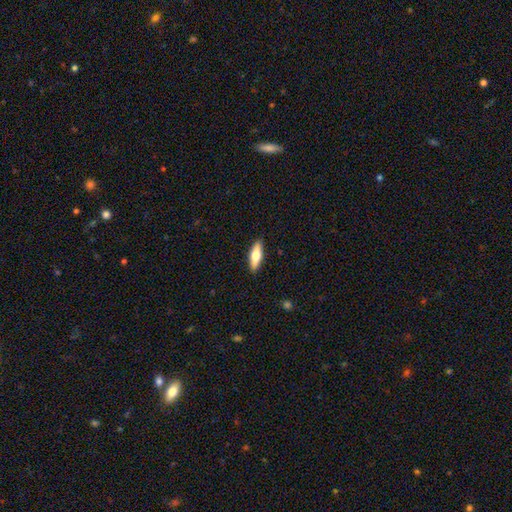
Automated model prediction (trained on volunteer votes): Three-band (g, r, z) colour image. It shows a smooth galaxy with no disk features (57%) that is cigar-shaped (50%). Merging: none (90%).